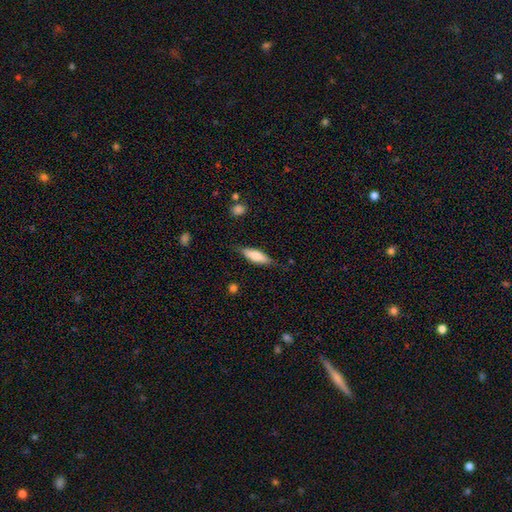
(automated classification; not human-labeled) Q: Smooth or featured?
A: smooth (73%); runner-up: featured or disk (21%)
Q: How rounded?
A: cigar-shaped (50%); runner-up: in between (48%)
Q: Merging?
A: none (76%); runner-up: minor disturbance (18%)